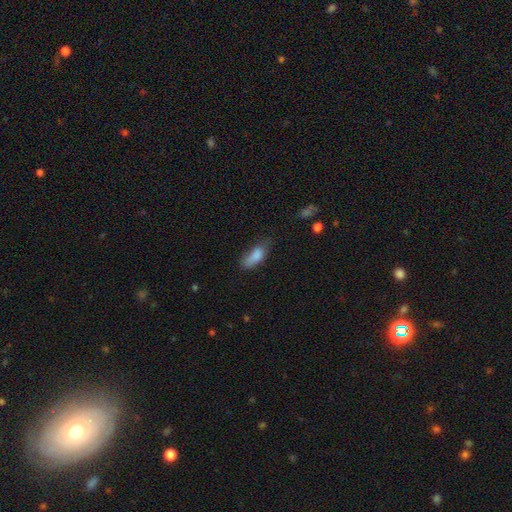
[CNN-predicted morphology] smooth_or_featured: smooth (p=0.83) [alt: featured or disk p=0.09]
how_rounded: in between (p=0.78) [alt: cigar-shaped p=0.19]
merging: none (p=0.42) [alt: minor disturbance p=0.37]